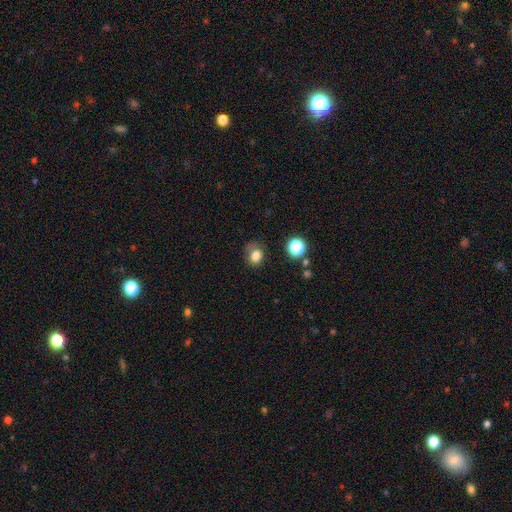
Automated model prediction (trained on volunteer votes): A smooth galaxy with no disk features (80%) that is round (59%). Merging: none (63%).